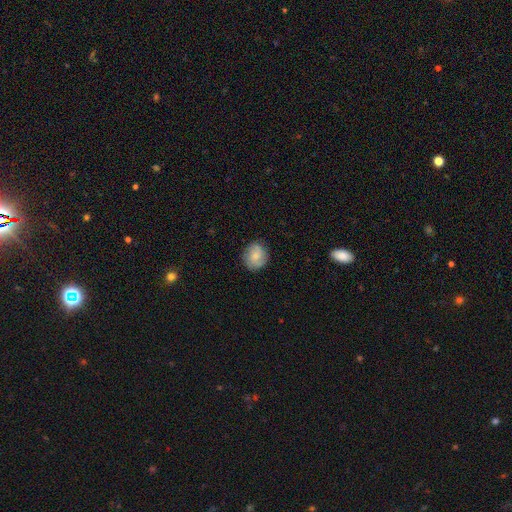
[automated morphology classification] This appears to be a smooth galaxy with no disk features (57%) that is round (78%). Merging: none (83%).